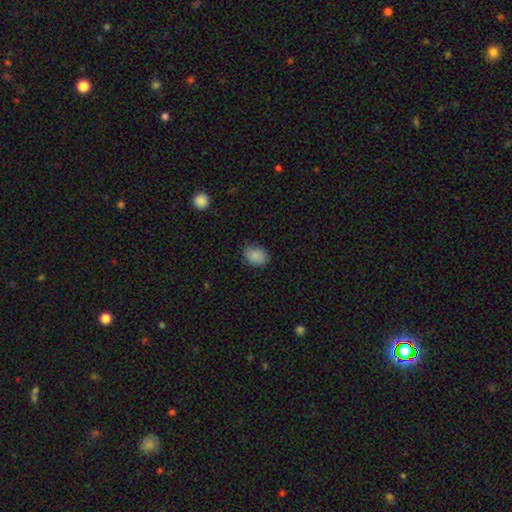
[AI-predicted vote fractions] The model was most divided on "how rounded": in between: 62%, round: 37%, cigar-shaped: 1%. More confident: smooth or featured — smooth (88%); merging — none (82%).